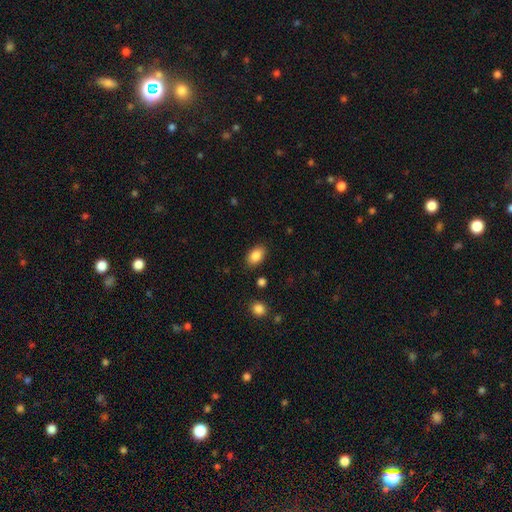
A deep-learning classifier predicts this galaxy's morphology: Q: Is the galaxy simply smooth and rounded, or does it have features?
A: smooth — 87%.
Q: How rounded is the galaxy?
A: in between — 88%.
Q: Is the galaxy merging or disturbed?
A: none — 85%.